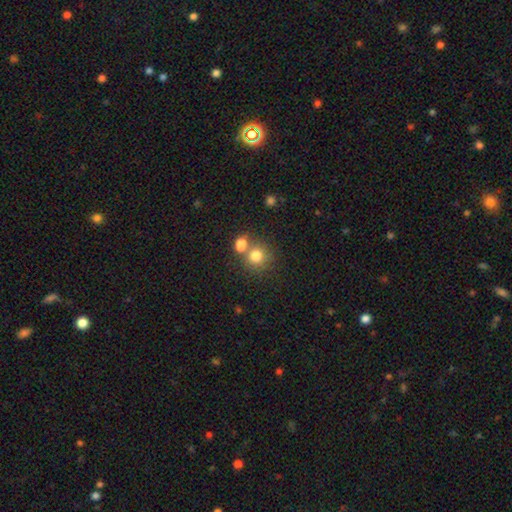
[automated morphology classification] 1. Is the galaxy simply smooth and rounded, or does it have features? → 78% smooth, 12% star or artifact, 9% featured or disk.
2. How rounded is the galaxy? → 85% round, 14% in between, 1% cigar-shaped.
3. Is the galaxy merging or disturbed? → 53% none, 35% merger, 8% minor disturbance, 4% major disturbance.